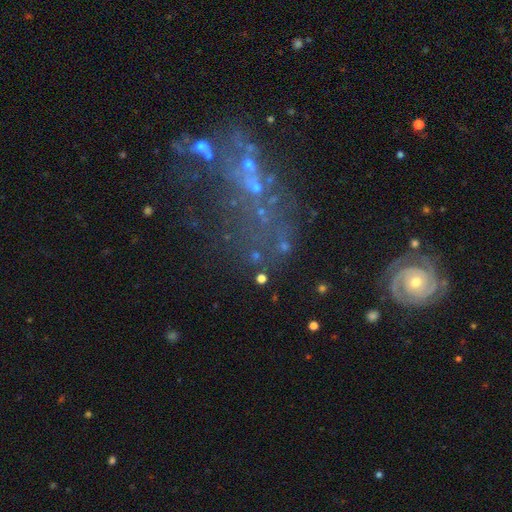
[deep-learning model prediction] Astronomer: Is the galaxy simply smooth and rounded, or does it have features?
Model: featured or disk — 52% (runner-up: star or artifact, 28%).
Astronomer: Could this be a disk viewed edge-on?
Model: no — 92%.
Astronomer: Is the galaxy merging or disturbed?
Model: none — 34% (runner-up: major disturbance, 32%).